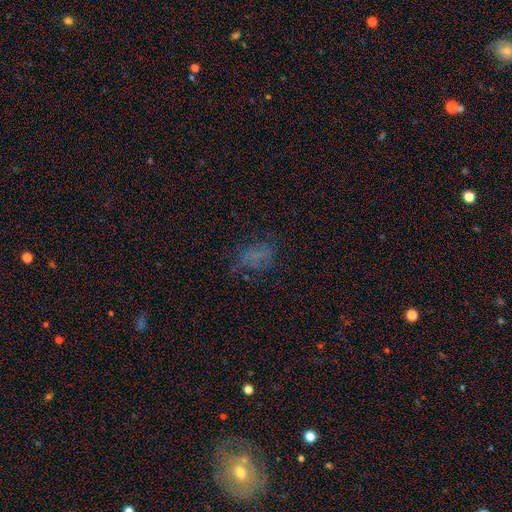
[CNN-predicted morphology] type=smooth (50%); roundness=in between (77%); merging=none (55%).